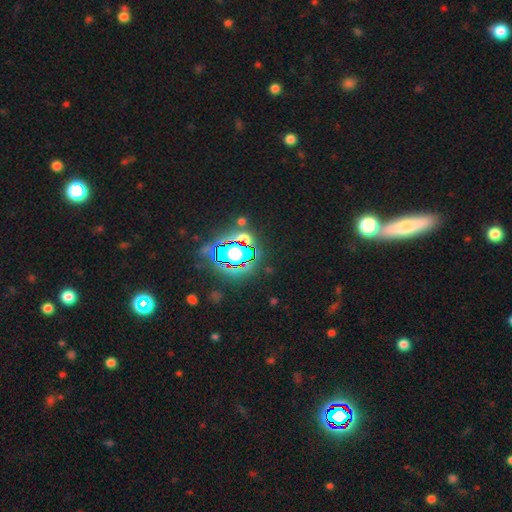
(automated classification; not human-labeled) Overall: star or artifact (76%).